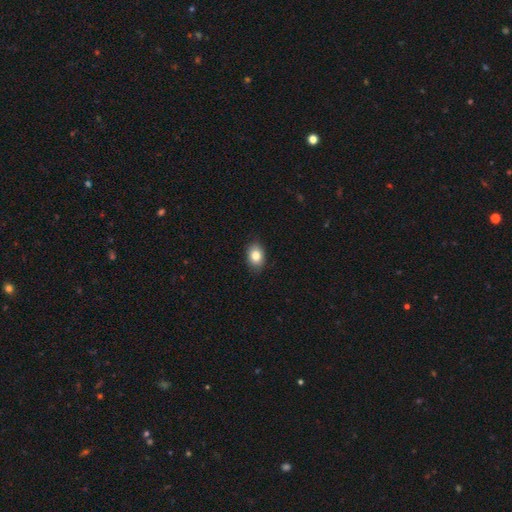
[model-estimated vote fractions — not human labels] smooth_or_featured: smooth (p=0.83) [alt: star or artifact p=0.09]
how_rounded: in between (p=0.73) [alt: round p=0.25]
merging: none (p=0.86) [alt: minor disturbance p=0.11]